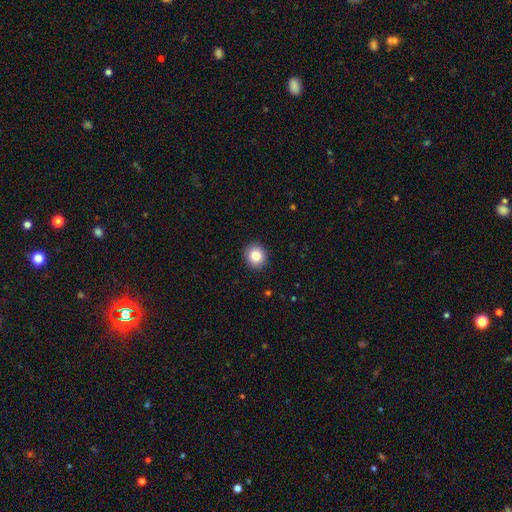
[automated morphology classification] A smooth galaxy with no disk features (85%) that is round (87%).

Vote fractions:
- Smooth or featured? smooth: 85% / star or artifact: 9% / featured or disk: 6%
- How rounded? round: 87% / in between: 12% / cigar-shaped: 1%
- Merging? none: 92% / minor disturbance: 6% / major disturbance: 2% / merger: 1%